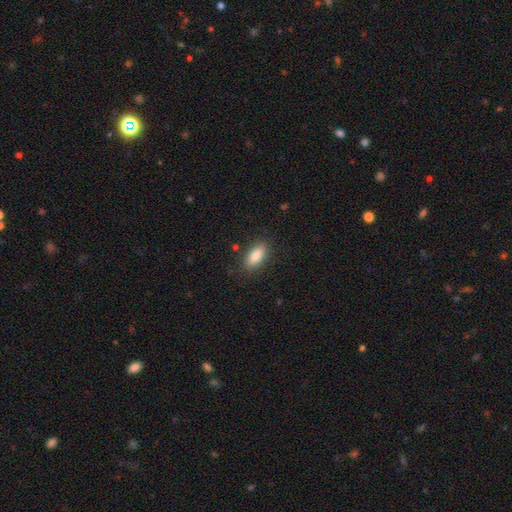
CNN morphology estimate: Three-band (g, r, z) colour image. It shows a smooth galaxy with no disk features (85%) that is in between round and cigar-shaped (84%). Merging: none (85%).